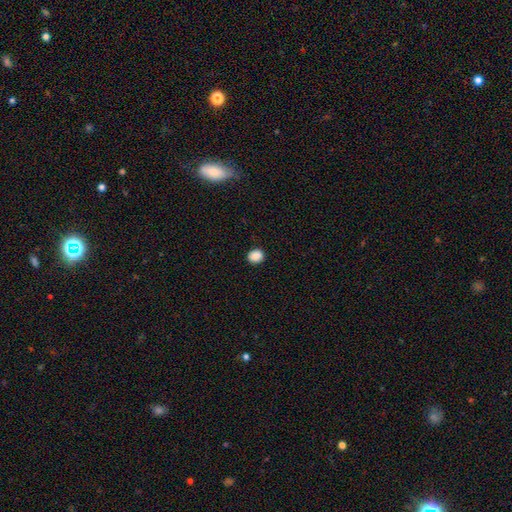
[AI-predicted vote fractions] smooth_or_featured: smooth (p=0.88) [alt: star or artifact p=0.09]
how_rounded: round (p=0.64) [alt: in between p=0.35]
merging: none (p=0.90) [alt: minor disturbance p=0.07]